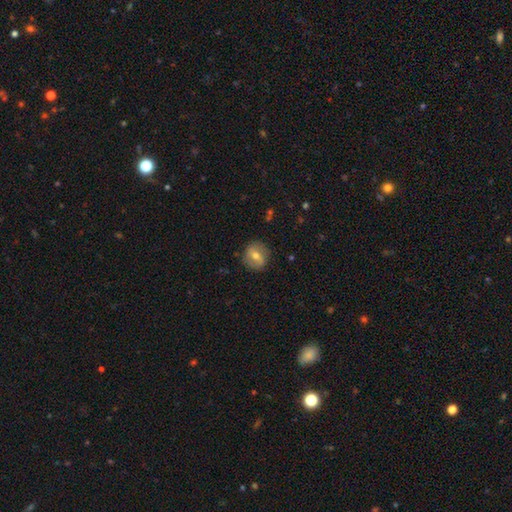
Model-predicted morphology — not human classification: Q: Smooth or featured?
A: featured or disk (50%); runner-up: smooth (42%)
Q: Merging?
A: none (83%); runner-up: minor disturbance (12%)